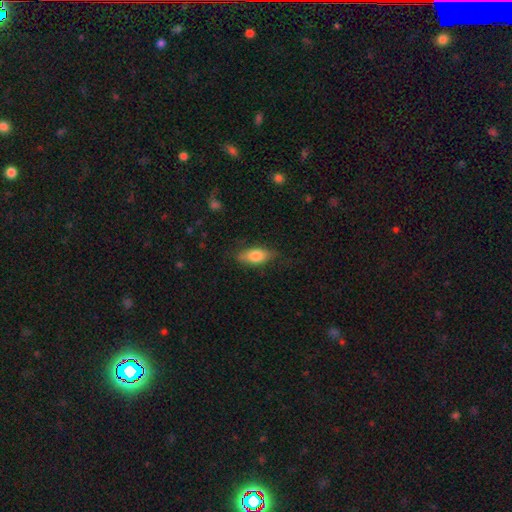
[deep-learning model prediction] This is likely a smooth galaxy (75%). How rounded: clearly in between (81%). Merging: likely none (72%).